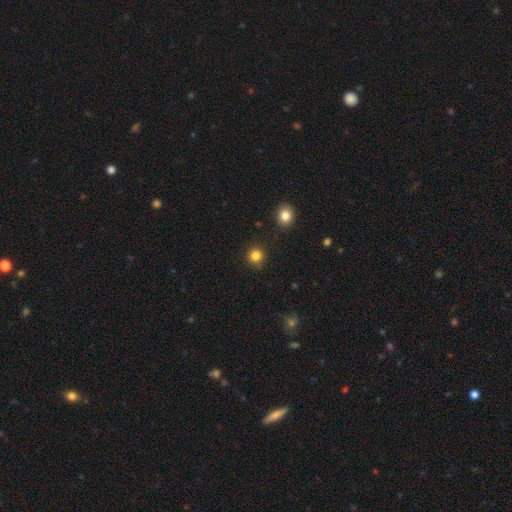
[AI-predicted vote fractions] The model was most divided on "smooth or featured": smooth: 84%, star or artifact: 12%, featured or disk: 4%. More confident: how rounded — round (93%); merging — none (89%).